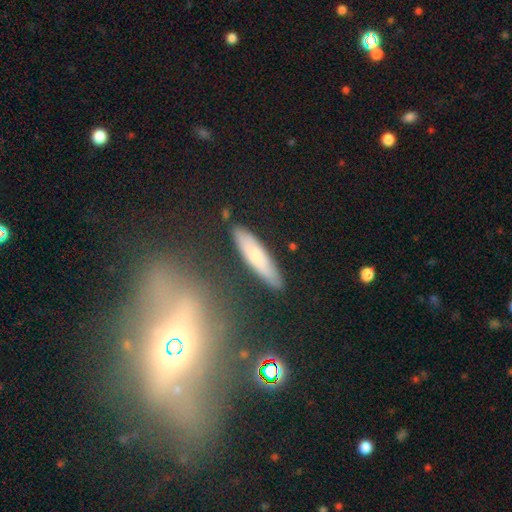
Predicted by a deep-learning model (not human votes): smooth_or_featured: smooth (p=0.65) [alt: featured or disk p=0.28]
how_rounded: cigar-shaped (p=0.78) [alt: in between p=0.20]
merging: none (p=0.83) [alt: minor disturbance p=0.12]